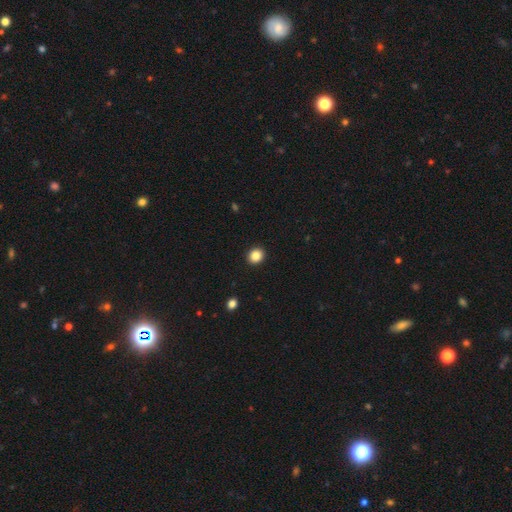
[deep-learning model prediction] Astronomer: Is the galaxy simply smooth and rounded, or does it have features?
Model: smooth — 86%.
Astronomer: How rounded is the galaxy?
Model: round — 79%.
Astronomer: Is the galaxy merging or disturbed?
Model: none — 93%.